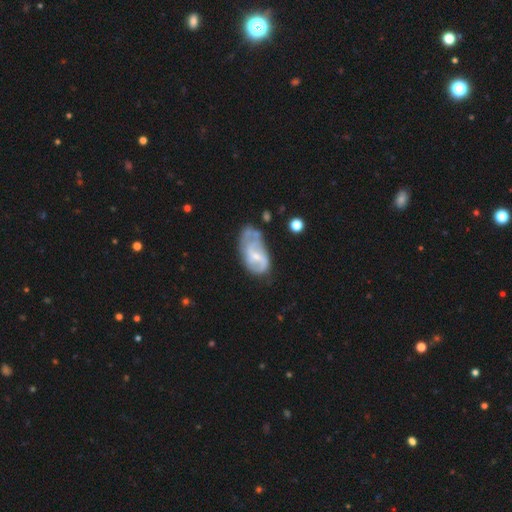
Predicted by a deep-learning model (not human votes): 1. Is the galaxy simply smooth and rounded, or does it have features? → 67% featured or disk, 27% smooth, 7% star or artifact.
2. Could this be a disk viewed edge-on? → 96% no, 4% yes.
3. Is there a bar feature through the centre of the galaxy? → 45% weak, 43% no, 12% strong.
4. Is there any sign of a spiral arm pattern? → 69% yes, 31% no.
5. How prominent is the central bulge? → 57% small, 32% moderate, 9% none, 2% large, 1% dominant.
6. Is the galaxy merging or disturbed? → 33% none (tied), 33% minor disturbance (tied), 24% major disturbance, 9% merger.